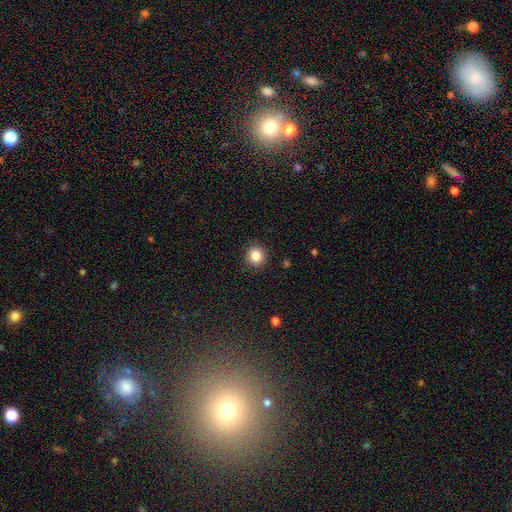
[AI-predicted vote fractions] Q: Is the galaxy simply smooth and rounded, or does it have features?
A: smooth — 85%.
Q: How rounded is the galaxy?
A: round — 91%.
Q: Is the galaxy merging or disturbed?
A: none — 91%.